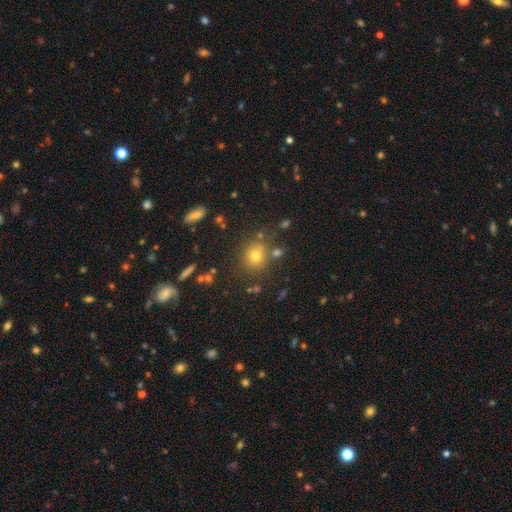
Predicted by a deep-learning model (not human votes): This appears to be a smooth galaxy with no disk features (70%) that is round (80%). Merging: none (77%).